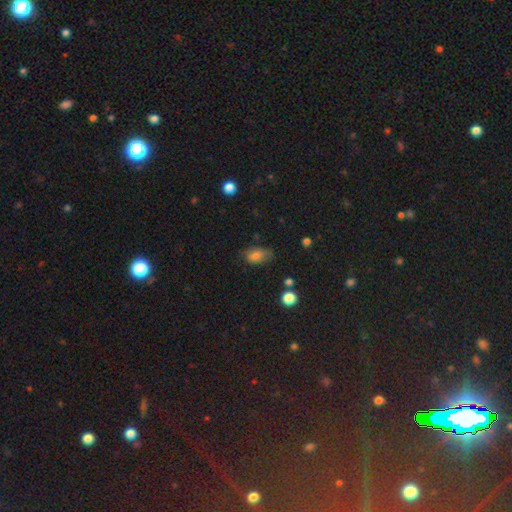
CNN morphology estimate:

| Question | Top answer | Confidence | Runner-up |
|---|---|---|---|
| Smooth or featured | smooth | 75% | featured or disk (14%) |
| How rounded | in between | 87% | round (9%) |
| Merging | none | 57% | minor disturbance (31%) |